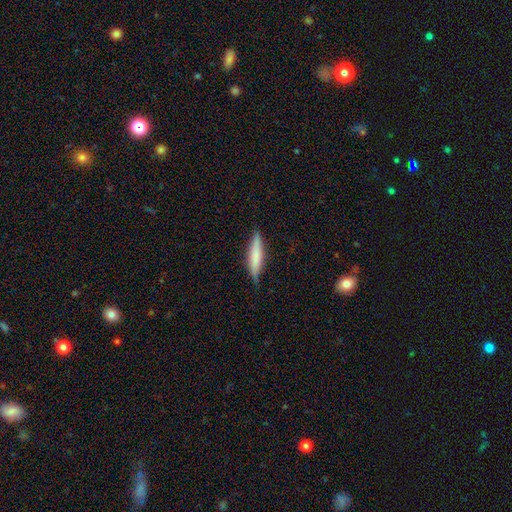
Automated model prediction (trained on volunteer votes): This is likely a smooth galaxy (68%). How rounded: clearly cigar-shaped (81%). Merging: likely none (80%).